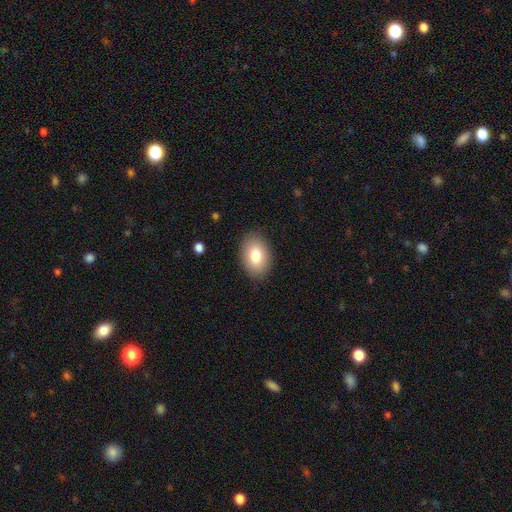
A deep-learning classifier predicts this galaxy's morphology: smooth-or-featured: smooth: 80% | featured or disk: 12% | star or artifact: 8%
  how-rounded: in between: 83% | round: 16% | cigar-shaped: 1%
  merging: none: 88% | minor disturbance: 9% | major disturbance: 2% | merger: 1%